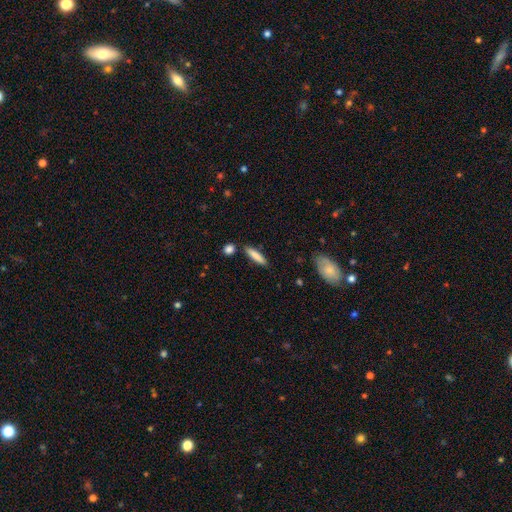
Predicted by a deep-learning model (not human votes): smooth-or-featured: smooth: 81% | featured or disk: 13% | star or artifact: 6%
  how-rounded: cigar-shaped: 79% | in between: 19% | round: 2%
  merging: none: 84% | minor disturbance: 10% | merger: 4% | major disturbance: 2%